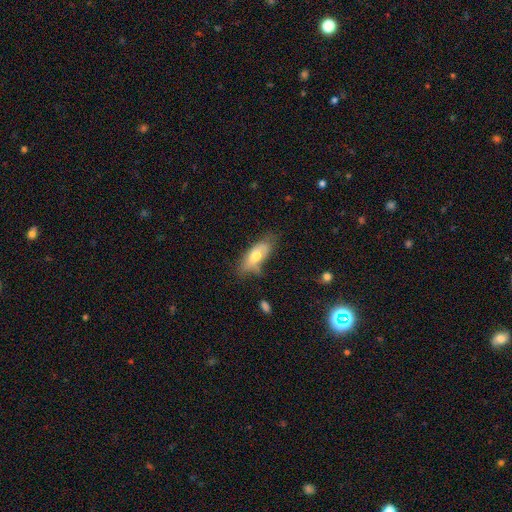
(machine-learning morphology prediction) smooth 65%, featured or disk 28%, star or artifact 7%. Down the decision tree: how rounded — in between (78%); merging — none (52%).